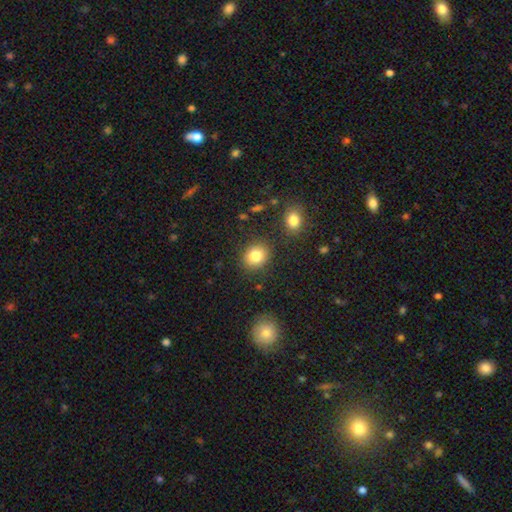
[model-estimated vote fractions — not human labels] smooth-or-featured: smooth: 83% | star or artifact: 10% | featured or disk: 7%
  how-rounded: round: 63% | in between: 36% | cigar-shaped: 1%
  merging: none: 85% | minor disturbance: 9% | merger: 3% | major disturbance: 3%